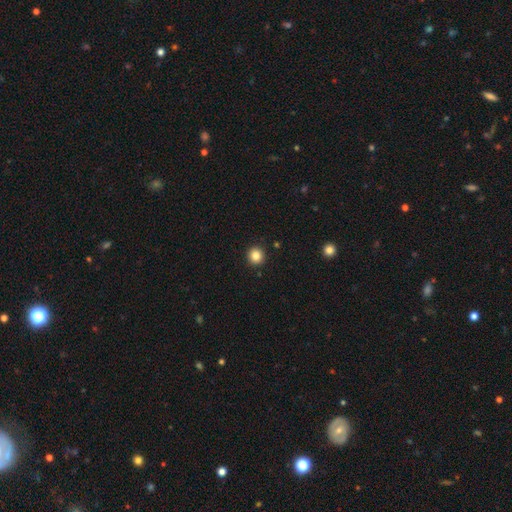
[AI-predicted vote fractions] Morphology: type=smooth (84%); roundness=round (94%); merging=none (93%).